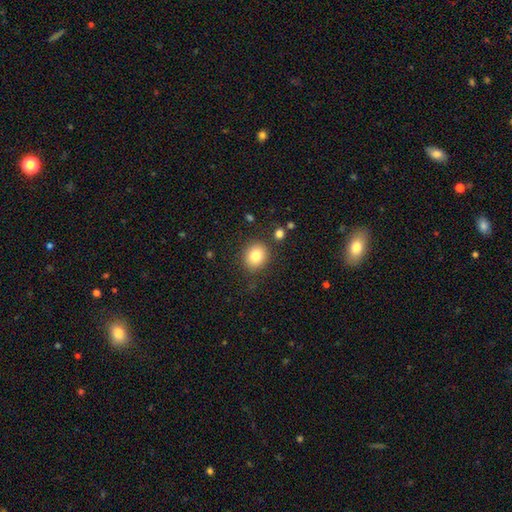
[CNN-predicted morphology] type=smooth (82%); roundness=round (73%); merging=none (84%).